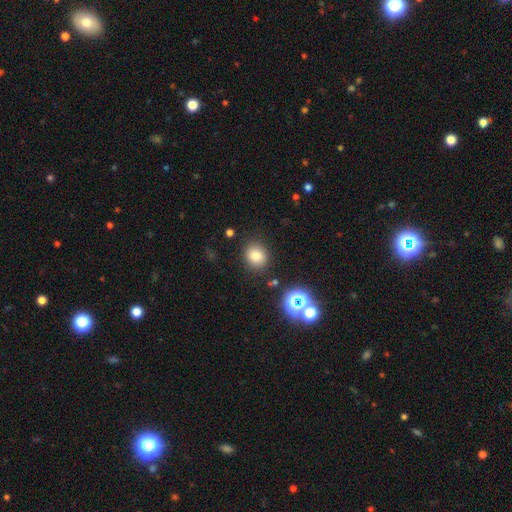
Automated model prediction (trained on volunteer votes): The model was most divided on "how rounded": round: 74%, in between: 25%, cigar-shaped: 1%. More confident: merging — none (86%); smooth or featured — smooth (78%).